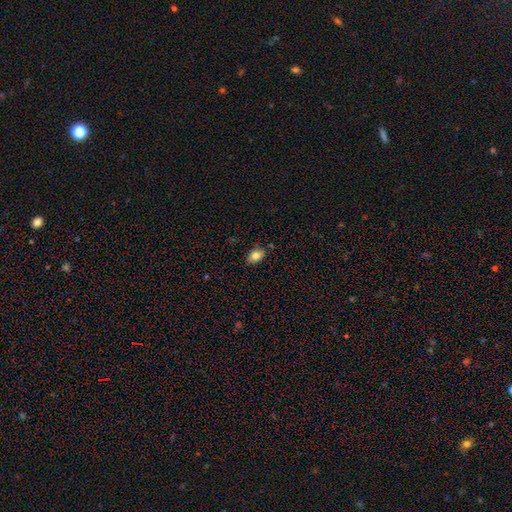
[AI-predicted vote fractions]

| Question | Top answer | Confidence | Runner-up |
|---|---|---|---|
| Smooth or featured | smooth | 81% | featured or disk (10%) |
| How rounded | in between | 82% | round (17%) |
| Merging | none | 83% | minor disturbance (13%) |